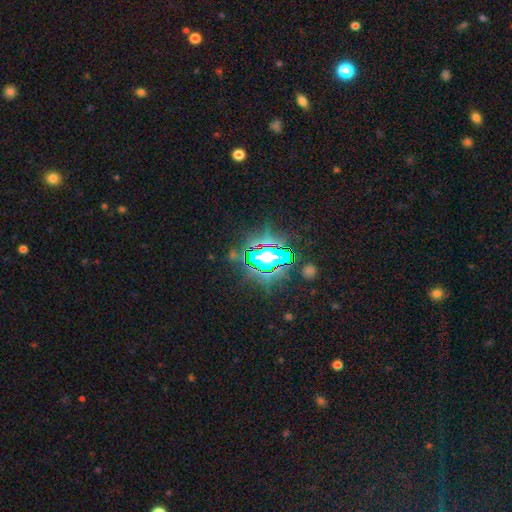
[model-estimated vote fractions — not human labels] smooth-or-featured: star or artifact: 79% | smooth: 12% | featured or disk: 10%